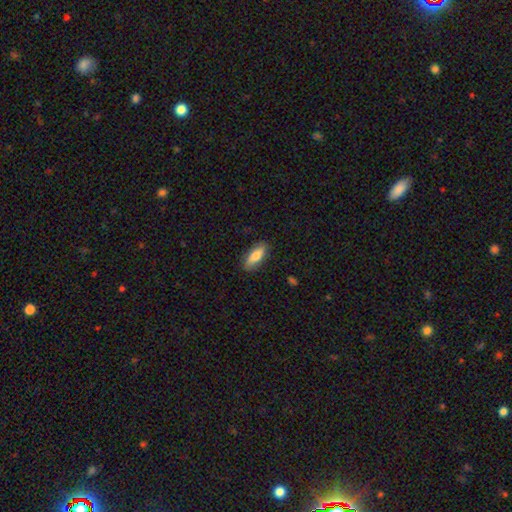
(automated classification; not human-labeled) smooth 77%, featured or disk 17%, star or artifact 6%. Down the decision tree: how rounded — in between (69%); merging — none (85%).